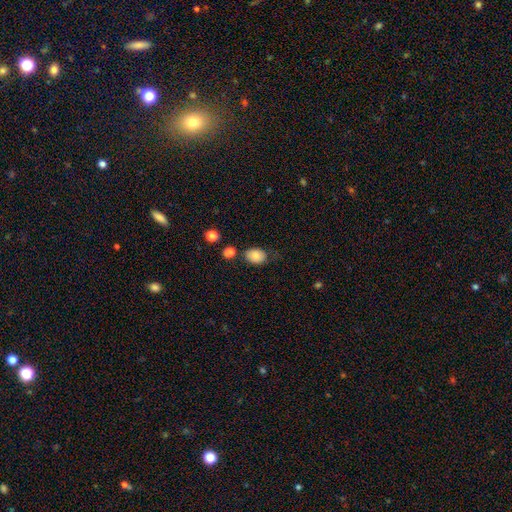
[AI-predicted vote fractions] Morphology: type=smooth (79%); roundness=in between (67%); merging=none (68%).